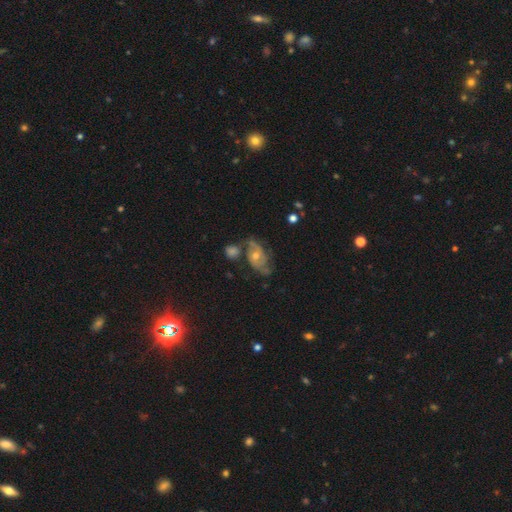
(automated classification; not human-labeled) Morphology: type=featured or disk (74%); edge-on=no (95%); bar=no (68%); spiral arms=yes (89%); winding=medium (45%); arm count=2 (72%); bulge=moderate (57%); merging=none (51%).